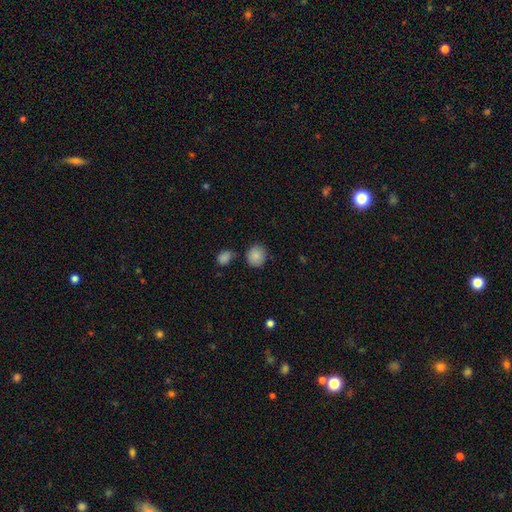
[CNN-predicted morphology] Smooth or featured? smooth (87%)
How rounded? round (85%)
Merging? none (77%)